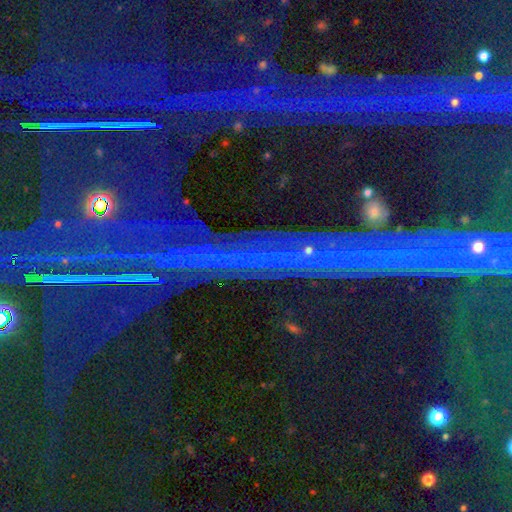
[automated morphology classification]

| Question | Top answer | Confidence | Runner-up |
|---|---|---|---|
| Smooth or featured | star or artifact | 82% | featured or disk (10%) |